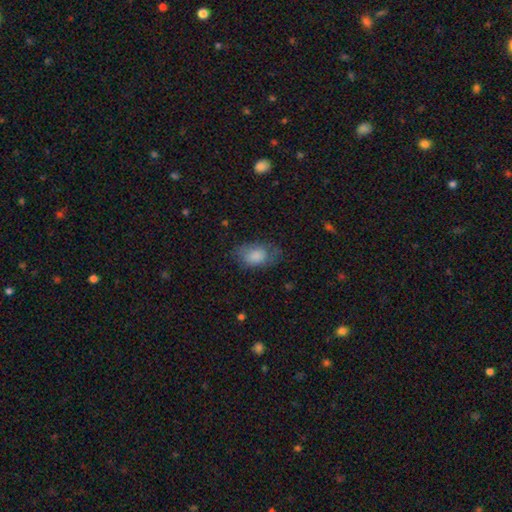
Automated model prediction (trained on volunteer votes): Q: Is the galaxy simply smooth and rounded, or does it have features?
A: smooth — 81%.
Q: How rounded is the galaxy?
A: in between — 87%.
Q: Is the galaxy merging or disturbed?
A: none — 63%.